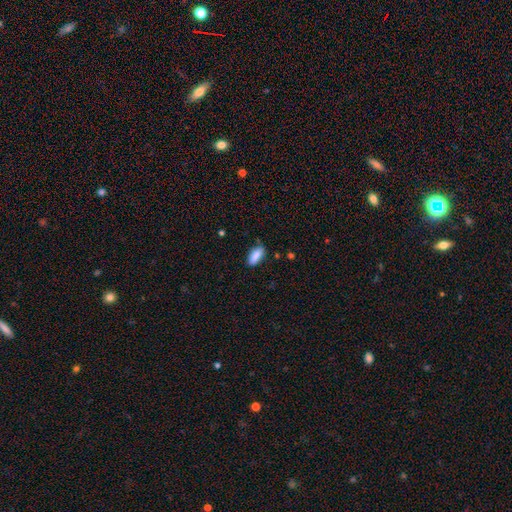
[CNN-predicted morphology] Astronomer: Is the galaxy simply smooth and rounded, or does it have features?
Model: smooth — 85%.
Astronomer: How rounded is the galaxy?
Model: in between — 81%.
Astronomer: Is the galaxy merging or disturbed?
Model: none — 81%.